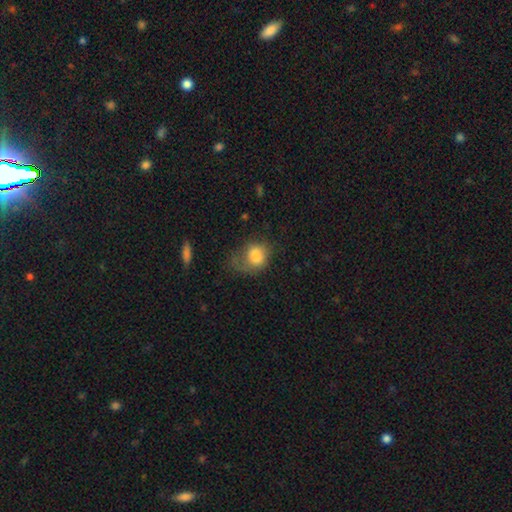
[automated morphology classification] smooth-or-featured: smooth: 78% | featured or disk: 14% | star or artifact: 8%
  how-rounded: in between: 54% | round: 44% | cigar-shaped: 1%
  merging: major disturbance: 36% | none: 32% | minor disturbance: 29% | merger: 3%